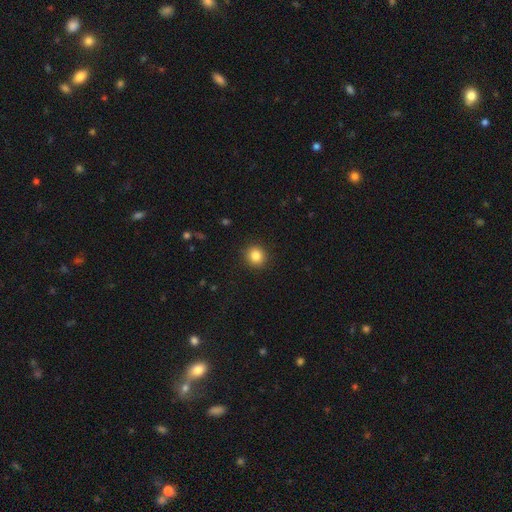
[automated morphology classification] Smooth or featured?
  - smooth: 85% *
  - star or artifact: 10%
  - featured or disk: 5%
How rounded?
  - round: 90% *
  - in between: 10%
  - cigar-shaped: 1%
Merging?
  - none: 91% *
  - minor disturbance: 6%
  - major disturbance: 2%
  - merger: 1%